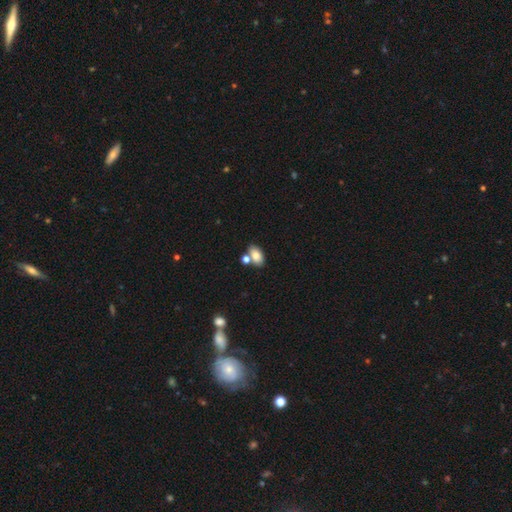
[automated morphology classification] The model was most divided on "merging": none: 58%, merger: 26%, minor disturbance: 12%, major disturbance: 4%. More confident: how rounded — in between (90%); smooth or featured — smooth (81%).